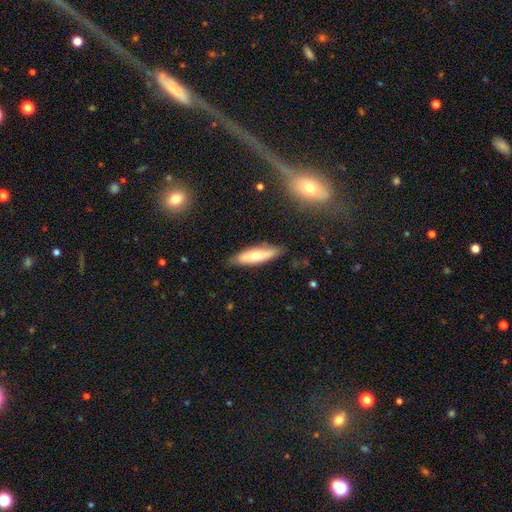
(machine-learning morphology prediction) Overall: smooth (65%; featured or disk 29%). How rounded: cigar-shaped (66%; in between 33%). Merging: none (82%).